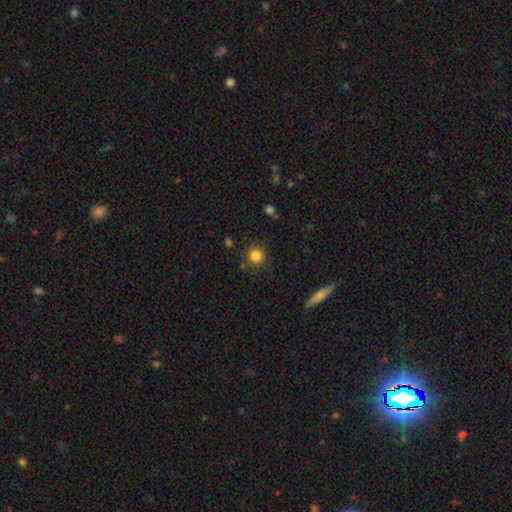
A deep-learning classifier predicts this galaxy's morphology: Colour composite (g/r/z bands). It shows a smooth galaxy with no disk features (84%) that is round (92%). Merging: none (84%).